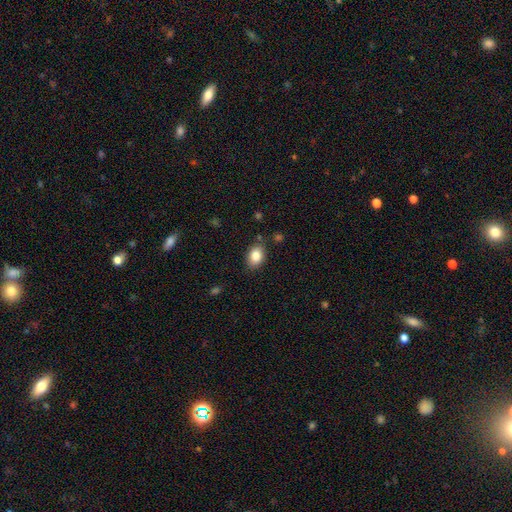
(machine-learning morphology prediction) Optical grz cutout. It shows a smooth galaxy with no disk features (85%) that is in between round and cigar-shaped (81%). Merging: none (82%).